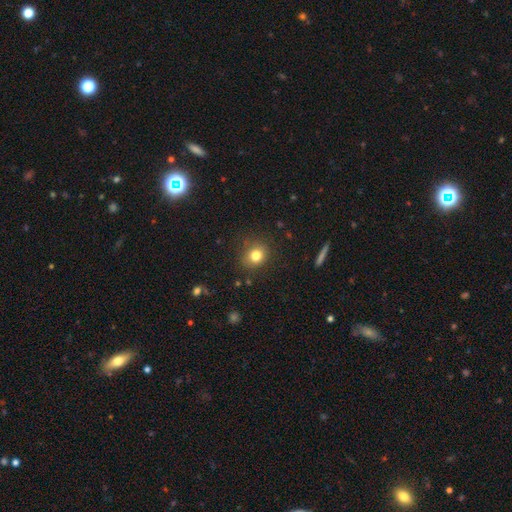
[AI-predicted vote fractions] Smooth or featured? smooth (79%)
How rounded? round (77%)
Merging? none (83%)